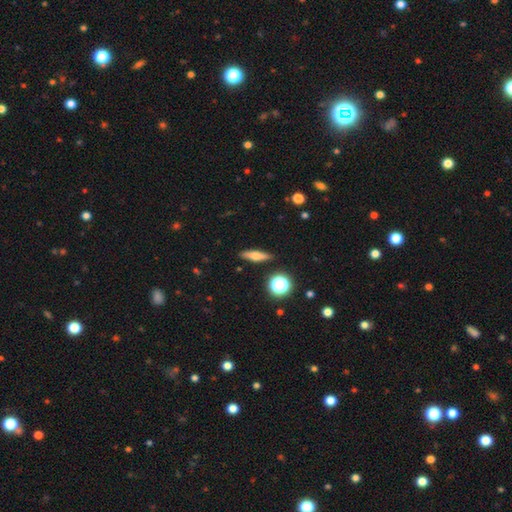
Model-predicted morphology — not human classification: This is possibly a smooth galaxy (53%). How rounded: likely cigar-shaped (65%). Merging: clearly none (88%).